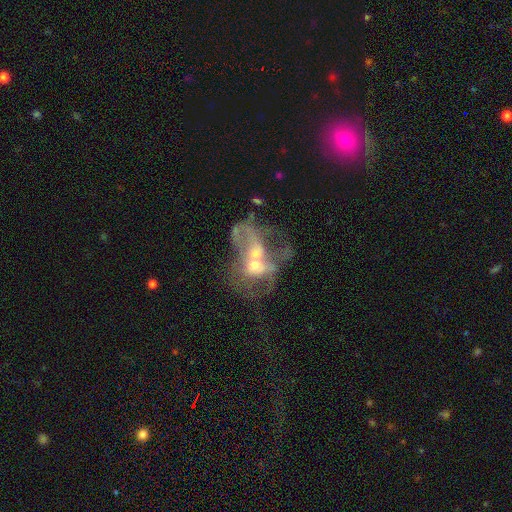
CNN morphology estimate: type=featured or disk (66%); edge-on=no (96%); bar=no (79%); spiral arms=no (66%); bulge=moderate (47%); merging=merger (68%).